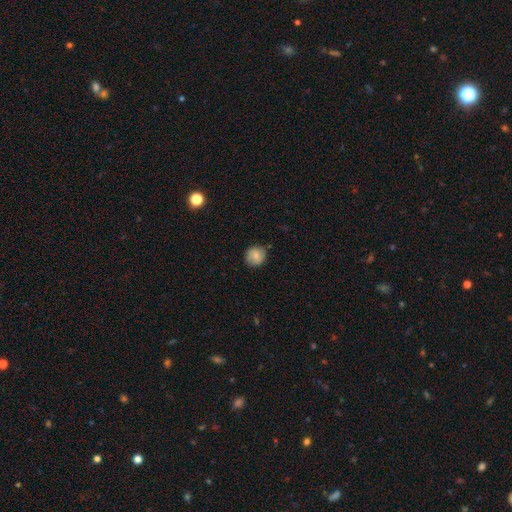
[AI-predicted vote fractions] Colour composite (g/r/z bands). It shows a smooth galaxy with no disk features (77%) that is round (89%). Merging: none (82%).